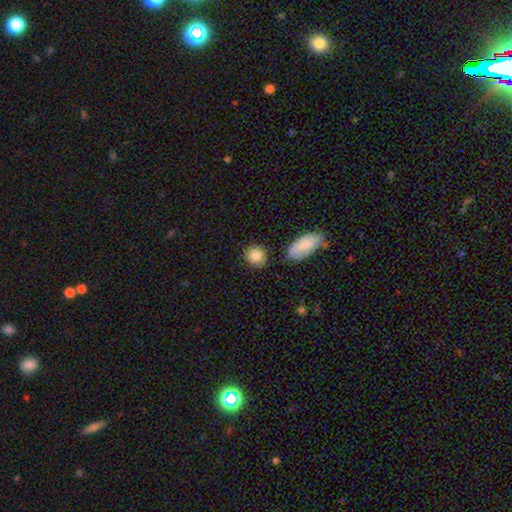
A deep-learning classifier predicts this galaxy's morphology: Q: Smooth or featured?
A: smooth (83%); runner-up: featured or disk (8%)
Q: How rounded?
A: round (79%); runner-up: in between (20%)
Q: Merging?
A: none (80%); runner-up: minor disturbance (11%)